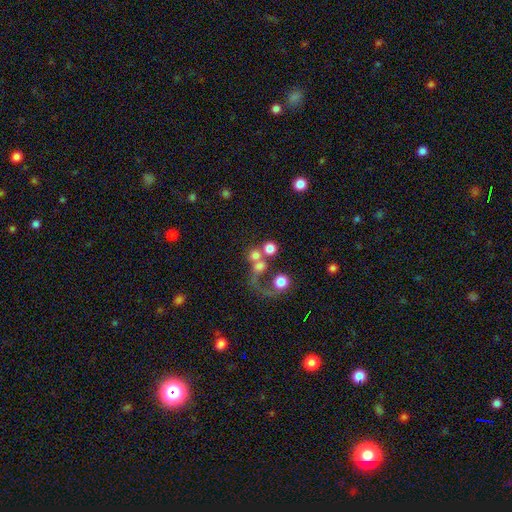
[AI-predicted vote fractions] smooth_or_featured: smooth (p=0.64) [alt: featured or disk p=0.21]
how_rounded: round (p=0.85) [alt: in between p=0.13]
merging: merger (p=0.44) [alt: none p=0.34]